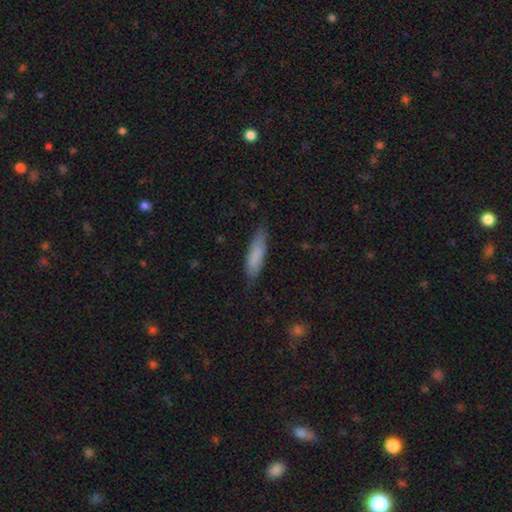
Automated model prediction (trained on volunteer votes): Smooth or featured: smooth — 82% (featured or disk — 12%)
How rounded: cigar-shaped — 65% (in between — 34%)
Merging: none — 79% (minor disturbance — 16%)